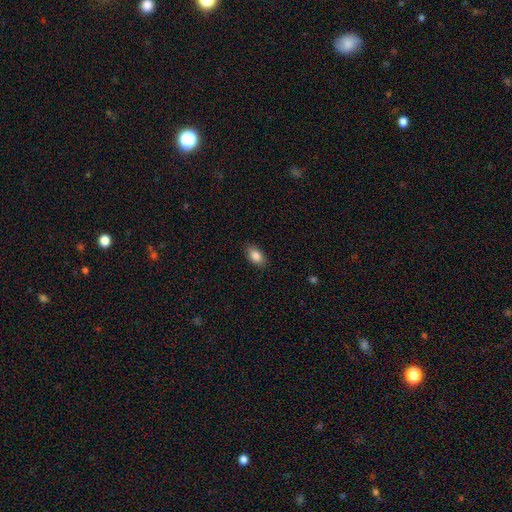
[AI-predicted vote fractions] This is clearly a smooth galaxy (87%). How rounded: clearly in between (91%). Merging: clearly none (87%).